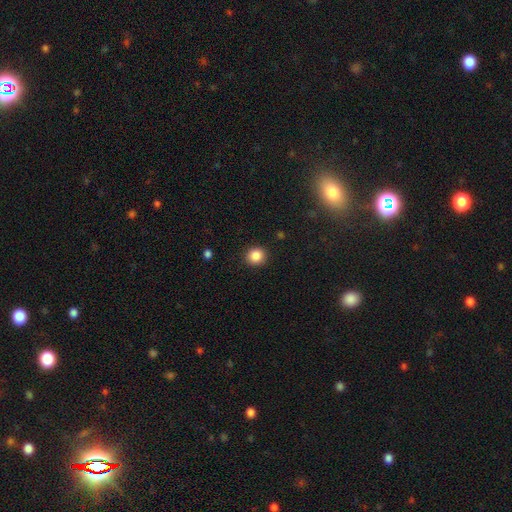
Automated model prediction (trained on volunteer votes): This is clearly a smooth galaxy (86%). How rounded: clearly round (88%). Merging: clearly none (91%).